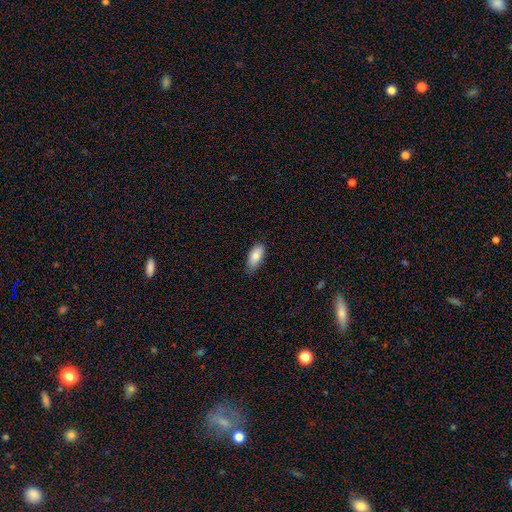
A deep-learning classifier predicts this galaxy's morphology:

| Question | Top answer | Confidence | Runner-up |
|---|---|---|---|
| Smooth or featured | smooth | 82% | featured or disk (11%) |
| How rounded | in between | 87% | cigar-shaped (10%) |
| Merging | none | 76% | minor disturbance (20%) |